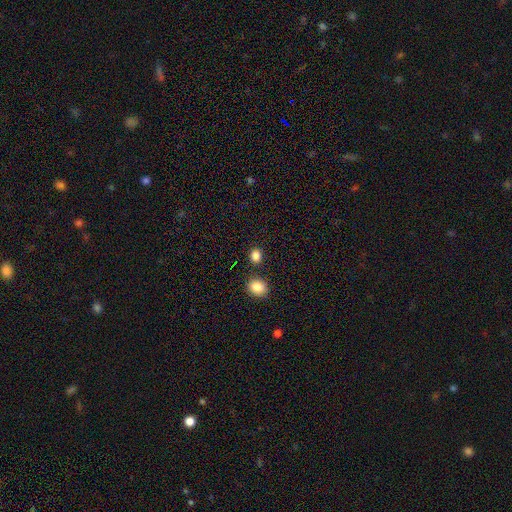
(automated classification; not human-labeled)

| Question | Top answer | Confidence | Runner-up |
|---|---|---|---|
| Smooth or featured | smooth | 85% | star or artifact (11%) |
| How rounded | round | 65% | in between (34%) |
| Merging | none | 82% | minor disturbance (8%) |